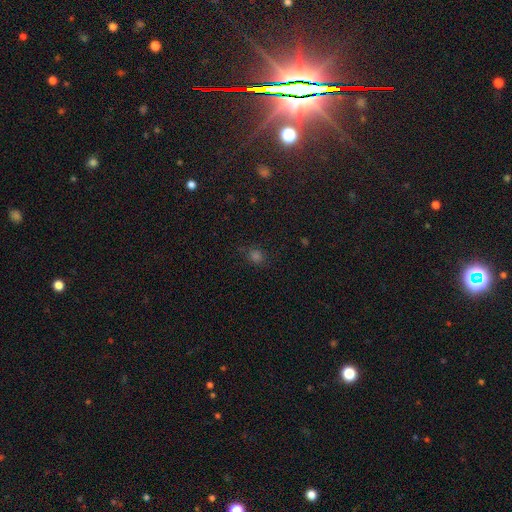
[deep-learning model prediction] Smooth or featured?
  - smooth: 63% *
  - star or artifact: 31%
  - featured or disk: 6%
How rounded?
  - round: 76% *
  - in between: 23%
  - cigar-shaped: 1%
Merging?
  - none: 79% *
  - minor disturbance: 14%
  - major disturbance: 5%
  - merger: 2%